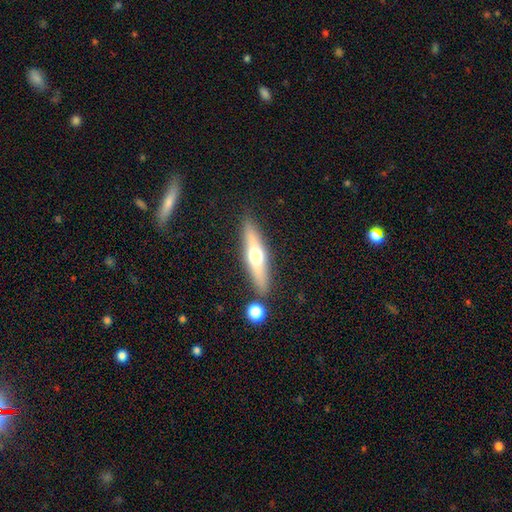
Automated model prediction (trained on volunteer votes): This is possibly a featured or disk galaxy (50%). It is clearly viewed edge-on (90%). Merging: clearly none (83%).